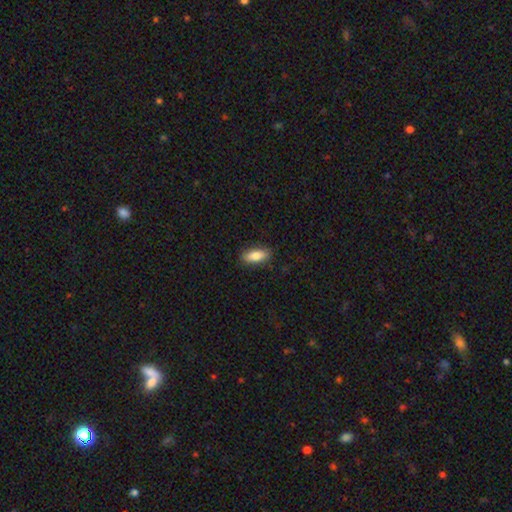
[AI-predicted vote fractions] Smooth or featured? smooth (83%)
How rounded? in between (75%)
Merging? none (85%)